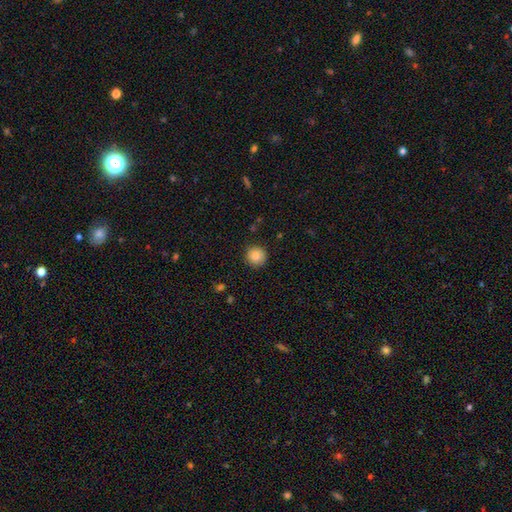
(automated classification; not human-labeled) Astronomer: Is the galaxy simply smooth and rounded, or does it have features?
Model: smooth — 85%.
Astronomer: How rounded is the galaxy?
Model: round — 93%.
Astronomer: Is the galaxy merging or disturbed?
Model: none — 88%.